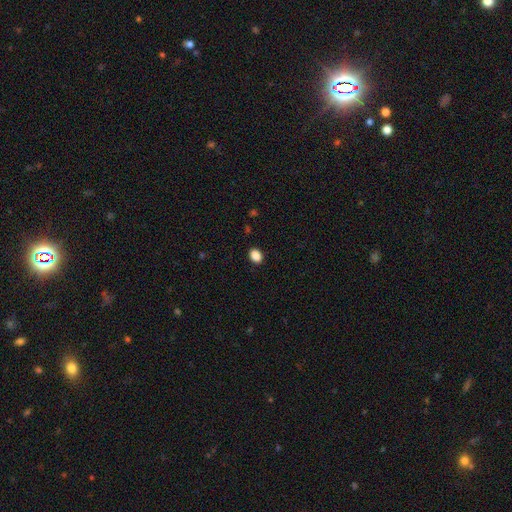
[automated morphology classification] Smooth or featured?
  - smooth: 88% *
  - star or artifact: 9%
  - featured or disk: 3%
How rounded?
  - in between: 73% *
  - round: 25%
  - cigar-shaped: 1%
Merging?
  - none: 90% *
  - minor disturbance: 7%
  - major disturbance: 2%
  - merger: 1%